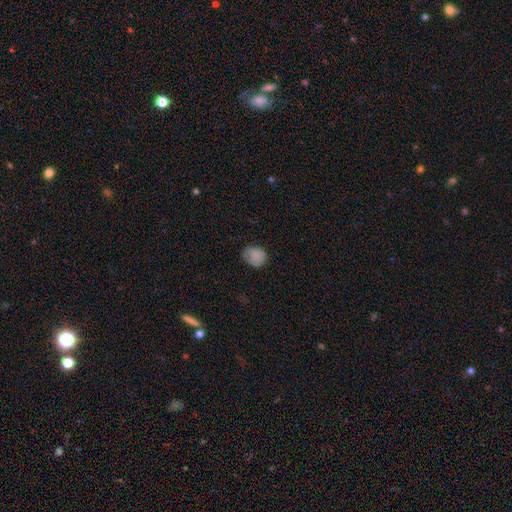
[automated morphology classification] type=smooth (82%); roundness=round (57%); merging=none (64%).